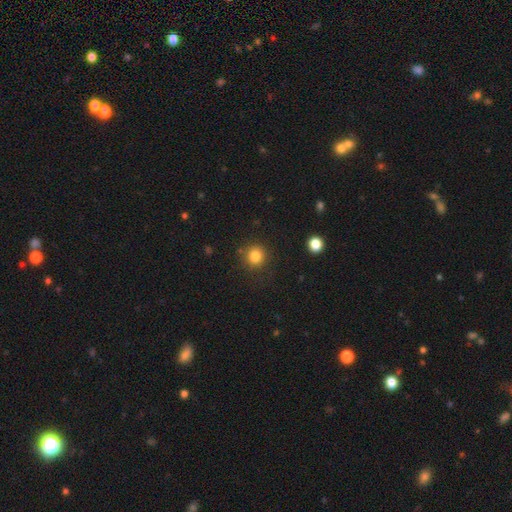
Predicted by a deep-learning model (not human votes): This appears to be a smooth galaxy with no disk features (83%) that is round (91%). Merging: none (87%).